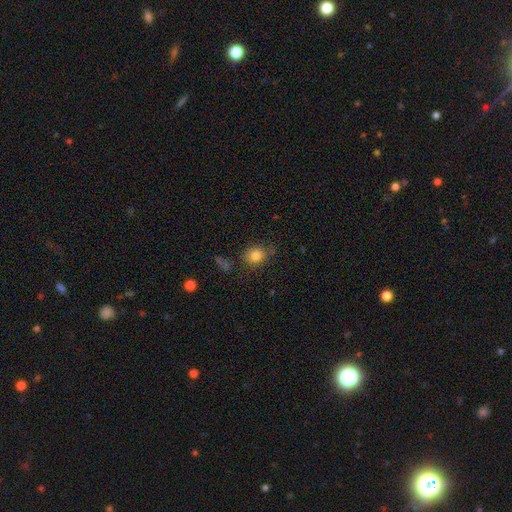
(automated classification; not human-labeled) This is clearly a smooth galaxy (82%). How rounded: likely round (67%). Merging: likely none (71%).